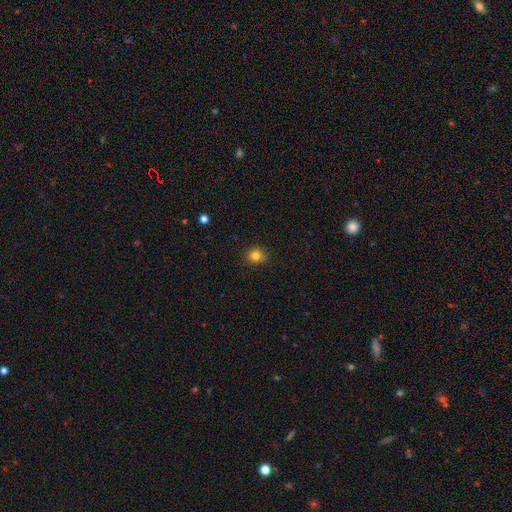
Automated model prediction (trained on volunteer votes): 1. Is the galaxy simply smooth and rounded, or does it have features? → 82% smooth, 12% star or artifact, 6% featured or disk.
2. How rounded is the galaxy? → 81% round, 18% in between, 1% cigar-shaped.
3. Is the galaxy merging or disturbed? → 85% none, 12% minor disturbance, 2% major disturbance, 1% merger.